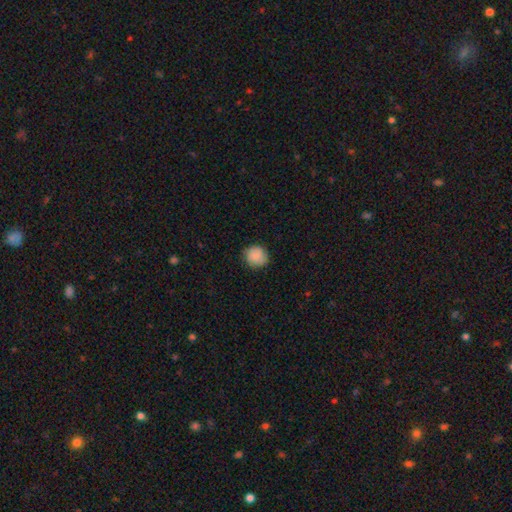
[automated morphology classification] A smooth galaxy with no disk features (85%) that is round (89%). Merging: none (84%).